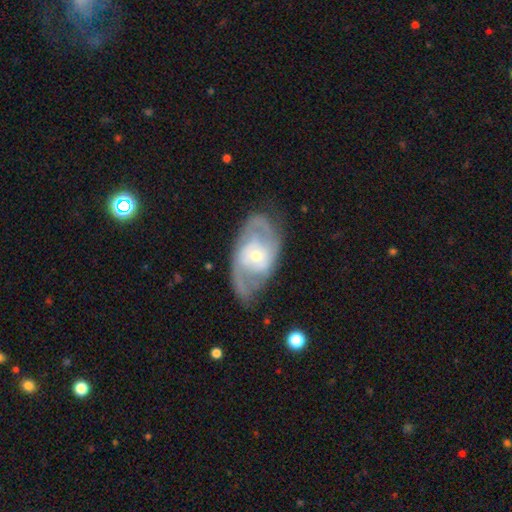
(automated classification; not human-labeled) Morphology: type=featured or disk (84%); edge-on=no (95%); bar=no (61%); spiral arms=yes (91%); winding=medium (47%); arm count=2 (75%); bulge=small (52%); merging=none (73%).